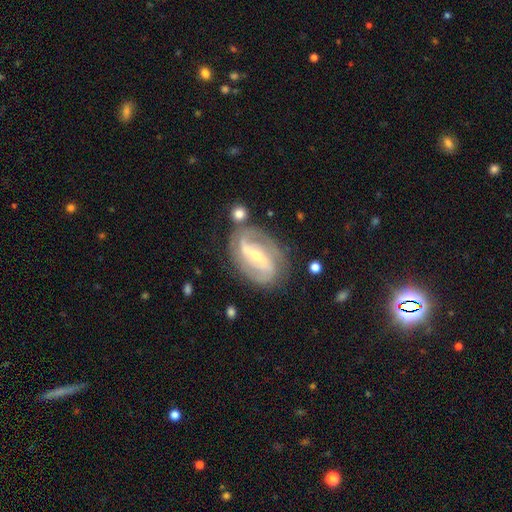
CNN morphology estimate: type=featured or disk (87%); edge-on=no (95%); bar=strong (60%); spiral arms=yes (94%); winding=medium (44%); arm count=2 (78%); bulge=small (56%); merging=none (75%).